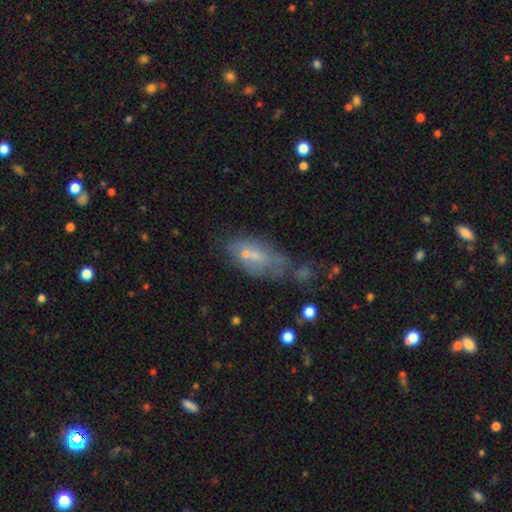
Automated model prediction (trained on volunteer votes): Overall: smooth (54%; featured or disk 34%). How rounded: in between (80%). Merging: none (32%; minor disturbance 25%).